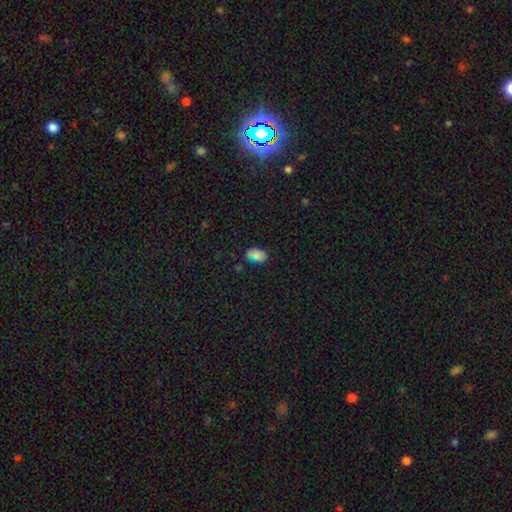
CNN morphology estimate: Smooth or featured: smooth — 71% (star or artifact — 17%)
How rounded: in between — 86% (round — 13%)
Merging: none — 62% (minor disturbance — 23%)